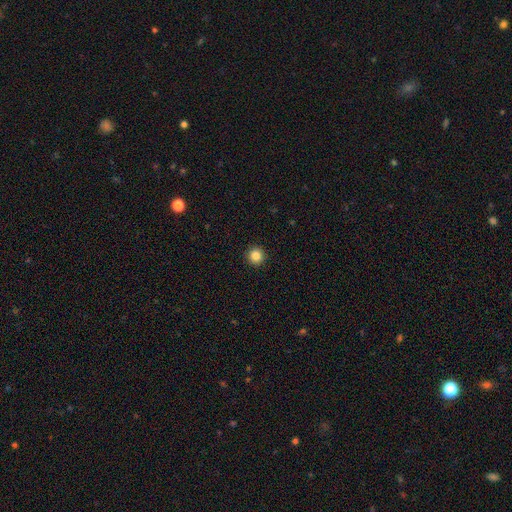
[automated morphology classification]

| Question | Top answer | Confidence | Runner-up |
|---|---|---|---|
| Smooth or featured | smooth | 85% | star or artifact (11%) |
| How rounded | round | 96% | in between (3%) |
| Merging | none | 93% | minor disturbance (4%) |